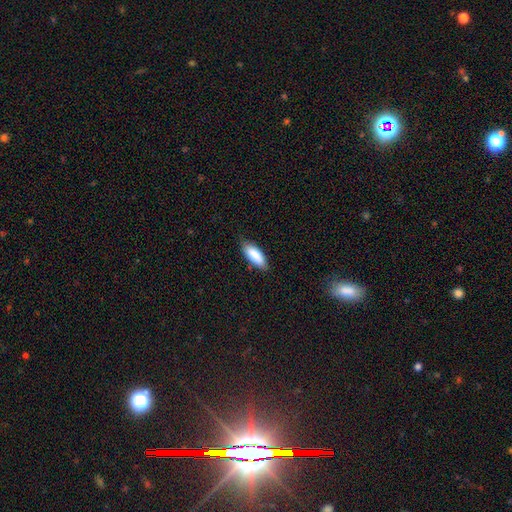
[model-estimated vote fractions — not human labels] A smooth galaxy with no disk features (87%) that is in between round and cigar-shaped (77%). Merging: none (77%).